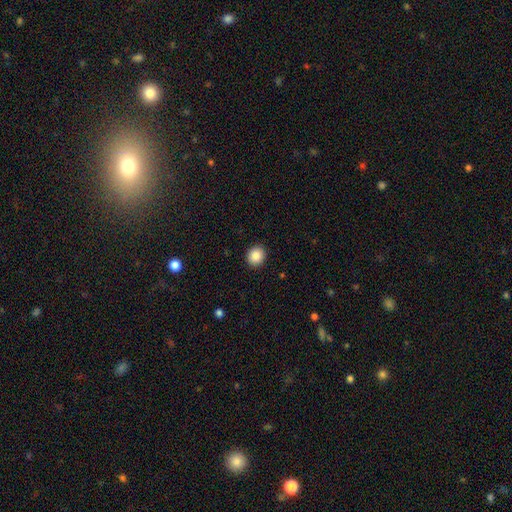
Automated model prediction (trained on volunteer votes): smooth 87%, star or artifact 9%, featured or disk 4%. Down the decision tree: how rounded — round (77%); merging — none (92%).